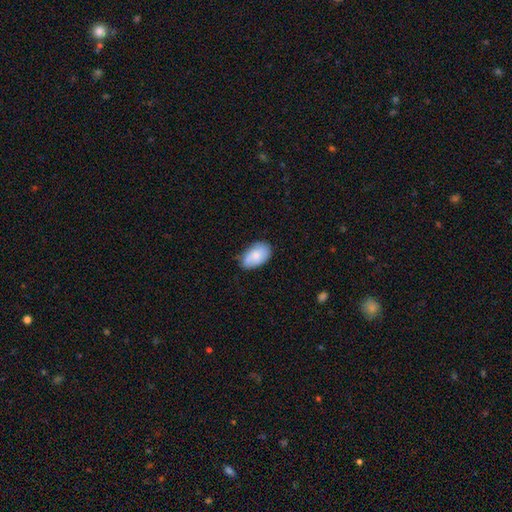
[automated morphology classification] Smooth or featured: smooth — 78% (featured or disk — 15%)
How rounded: in between — 93% (round — 6%)
Merging: none — 68% (minor disturbance — 26%)